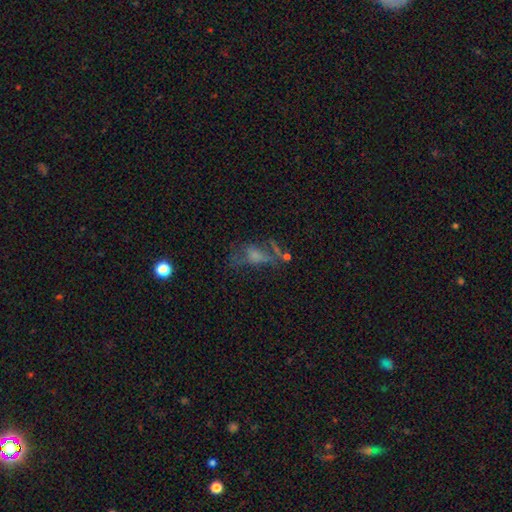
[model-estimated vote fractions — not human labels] This is marginally a featured or disk galaxy (38%). Merging: marginally none (35%, tied with major disturbance).